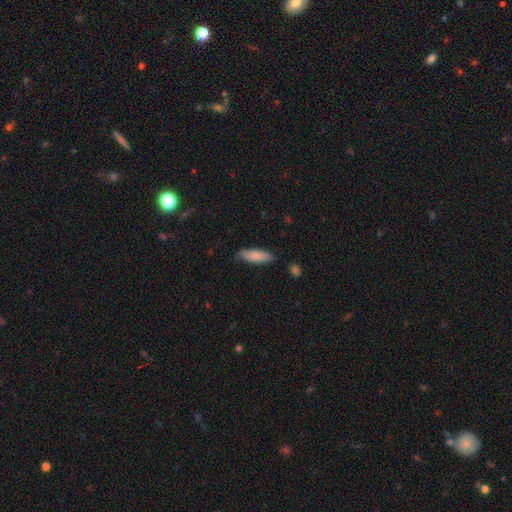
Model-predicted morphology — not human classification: smooth 83%, featured or disk 11%, star or artifact 6%. Down the decision tree: how rounded — in between (53%); merging — none (77%).